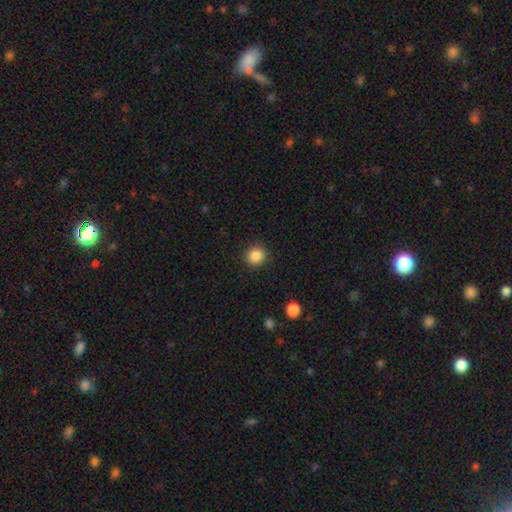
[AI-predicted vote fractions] Smooth or featured?
  - smooth: 87% *
  - star or artifact: 10%
  - featured or disk: 3%
How rounded?
  - round: 88% *
  - in between: 11%
  - cigar-shaped: 1%
Merging?
  - none: 91% *
  - minor disturbance: 6%
  - major disturbance: 2%
  - merger: 1%